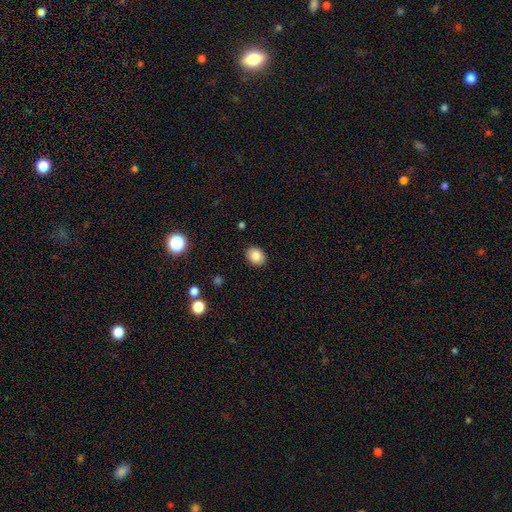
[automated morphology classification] smooth 85%, star or artifact 9%, featured or disk 6%. Down the decision tree: how rounded — in between (57%); merging — none (89%).